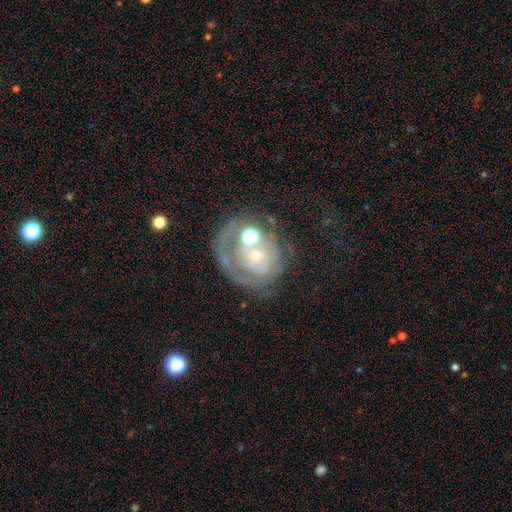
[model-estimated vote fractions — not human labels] A featured or disk galaxy (67%) with no bar (85%), spiral arms (53%) and a small central bulge (53%).

Vote fractions:
- Smooth or featured? featured or disk: 67% / smooth: 23% / star or artifact: 10%
- Edge-on disk? no: 97% / yes: 3%
- Bar? no: 85% / weak: 12% / strong: 4%
- Spiral arms? yes: 53% / no: 47%
- Bulge size? small: 53% / moderate: 37% / none: 4% / large: 4% / dominant: 2%
- Merging? none: 38% / major disturbance: 23% / merger: 22% / minor disturbance: 17%